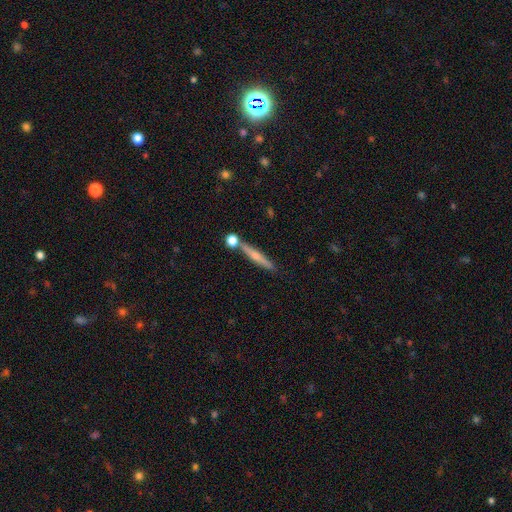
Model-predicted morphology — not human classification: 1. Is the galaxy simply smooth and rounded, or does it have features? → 50% featured or disk, 43% smooth, 7% star or artifact.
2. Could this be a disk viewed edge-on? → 95% yes, 5% no.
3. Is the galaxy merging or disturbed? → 76% none, 12% merger, 10% minor disturbance, 3% major disturbance.